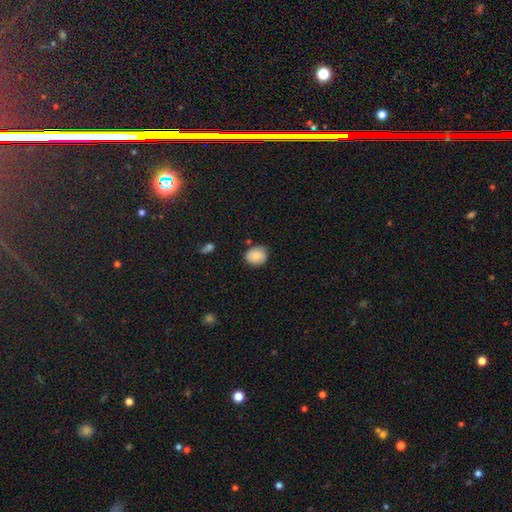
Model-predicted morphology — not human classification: A smooth galaxy with no disk features (85%) that is round (62%). Merging: none (77%).